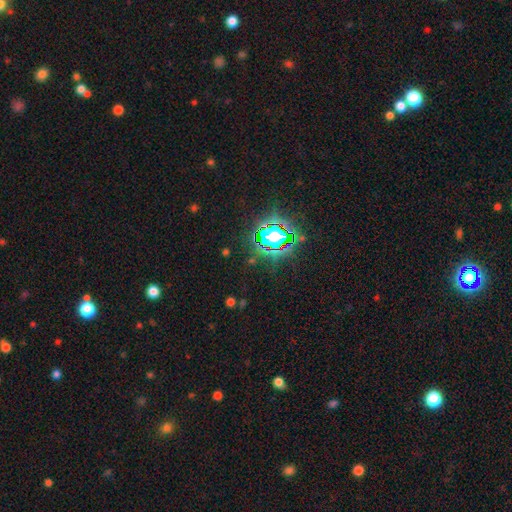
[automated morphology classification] A star or artifact, not a galaxy (79%).